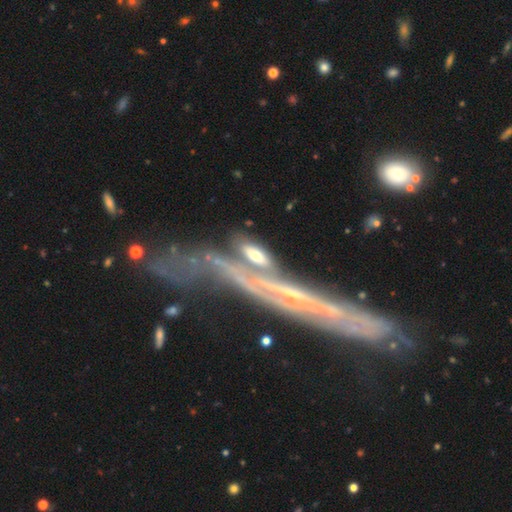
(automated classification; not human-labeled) A smooth galaxy with no disk features (48%).

Vote fractions:
- Smooth or featured? smooth: 48% / featured or disk: 43% / star or artifact: 10%
- Merging? none: 51% / merger: 21% / minor disturbance: 18% / major disturbance: 10%